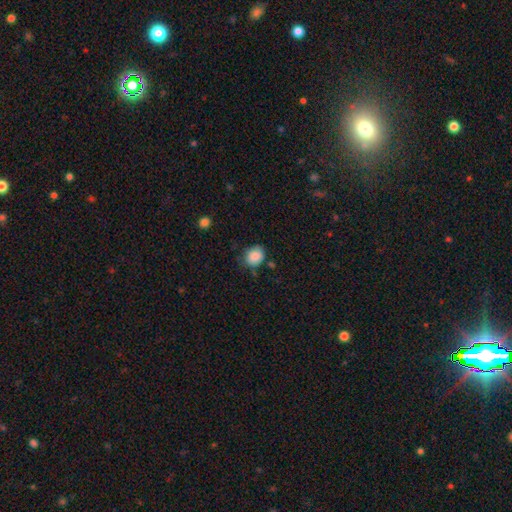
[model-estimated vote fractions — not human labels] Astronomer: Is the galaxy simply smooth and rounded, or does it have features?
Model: smooth — 87%.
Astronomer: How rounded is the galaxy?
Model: round — 54% (runner-up: in between, 45%).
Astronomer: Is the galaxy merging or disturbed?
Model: none — 69%.